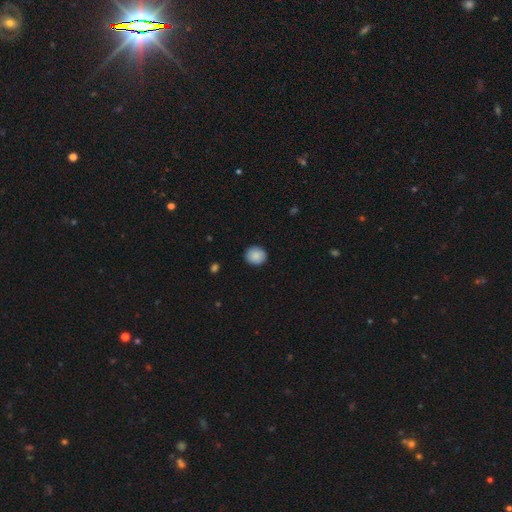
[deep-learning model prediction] A smooth galaxy with no disk features (89%) that is round (85%).

Vote fractions:
- Smooth or featured? smooth: 89% / star or artifact: 7% / featured or disk: 4%
- How rounded? round: 85% / in between: 14% / cigar-shaped: 1%
- Merging? none: 90% / minor disturbance: 8% / major disturbance: 2% / merger: 1%